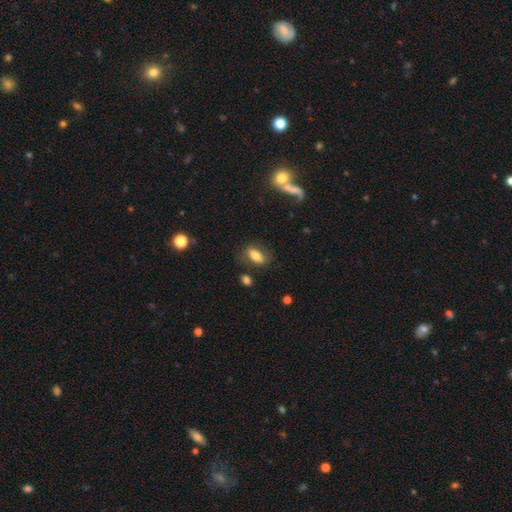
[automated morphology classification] smooth-or-featured: smooth: 68% | featured or disk: 24% | star or artifact: 9%
  how-rounded: in between: 82% | cigar-shaped: 10% | round: 8%
  merging: none: 70% | minor disturbance: 18% | major disturbance: 8% | merger: 4%